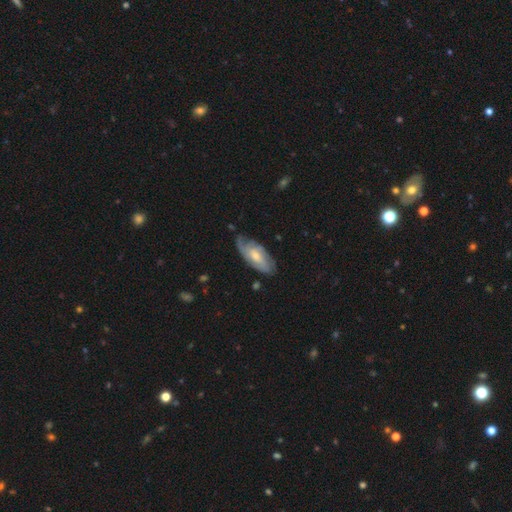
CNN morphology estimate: This appears to be a featured or disk galaxy (66%) with no bar (55%), tight (52%) spiral arms (89%) and a moderate central bulge (52%). Merging: none (66%).